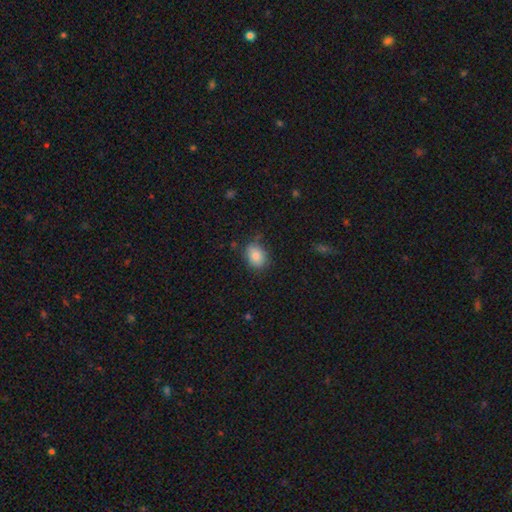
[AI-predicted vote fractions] smooth 84%, star or artifact 9%, featured or disk 7%. Down the decision tree: how rounded — in between (62%); merging — none (72%).